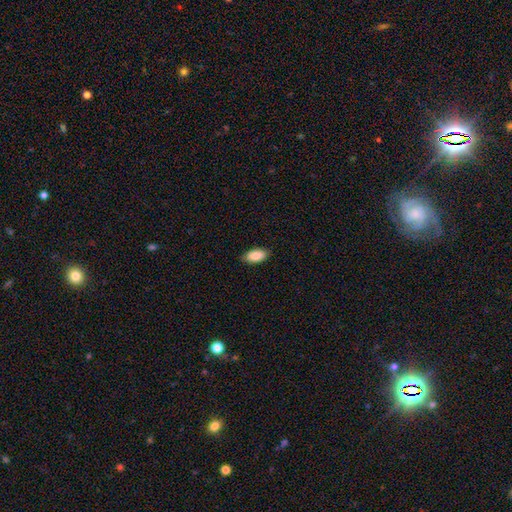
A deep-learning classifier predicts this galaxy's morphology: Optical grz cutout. It shows a smooth galaxy with no disk features (89%) that is in between round and cigar-shaped (93%). Merging: none (87%).